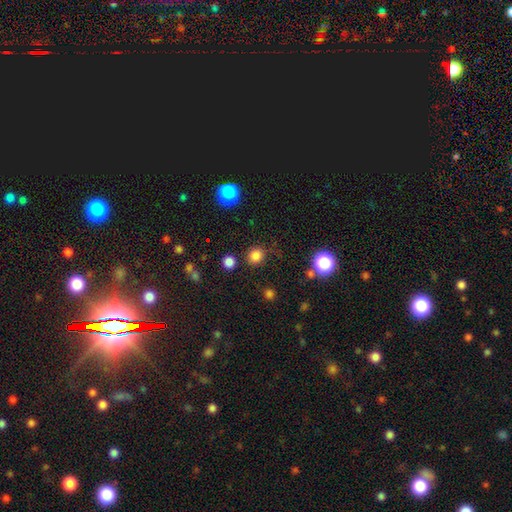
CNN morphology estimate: smooth 82%, star or artifact 15%, featured or disk 4%. Down the decision tree: how rounded — round (88%); merging — none (83%).